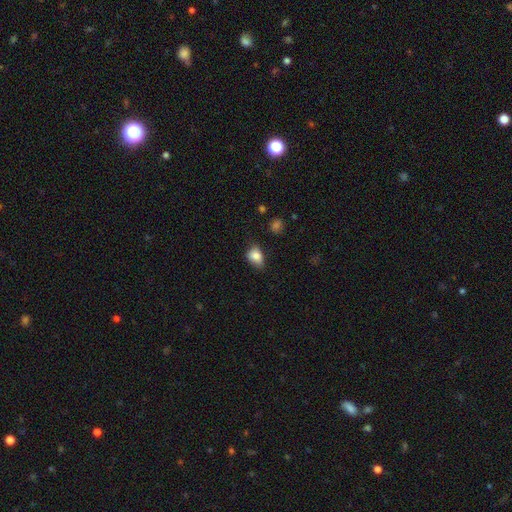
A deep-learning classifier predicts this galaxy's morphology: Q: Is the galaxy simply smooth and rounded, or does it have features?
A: smooth — 83%.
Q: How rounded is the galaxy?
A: in between — 73%.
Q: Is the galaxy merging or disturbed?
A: none — 55%.